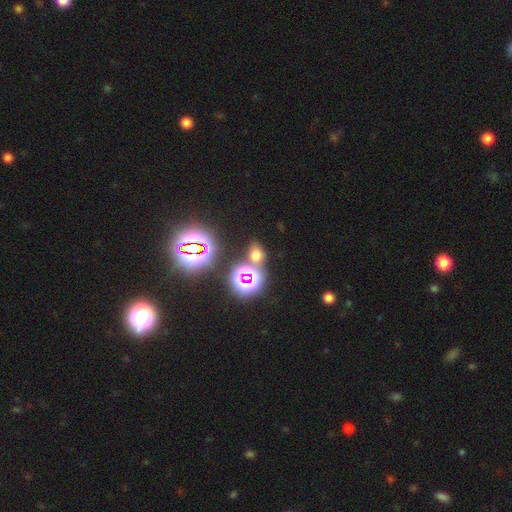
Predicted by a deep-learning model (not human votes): Overall: smooth (51%; star or artifact 41%). How rounded: round (50%; in between 48%). Merging: none (71%).